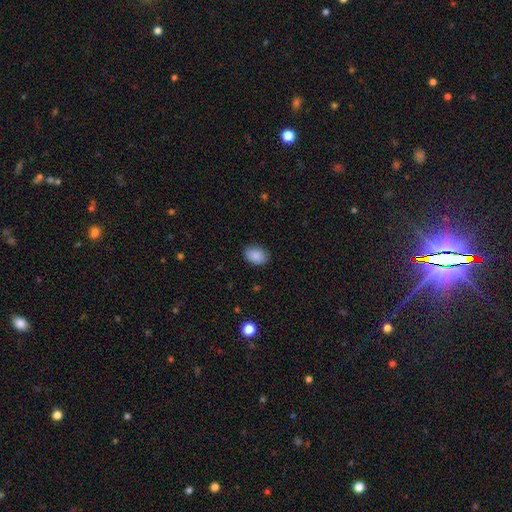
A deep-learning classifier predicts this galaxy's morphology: The model was most divided on "how rounded": in between: 79%, round: 20%, cigar-shaped: 1%. More confident: smooth or featured — smooth (89%); merging — none (83%).